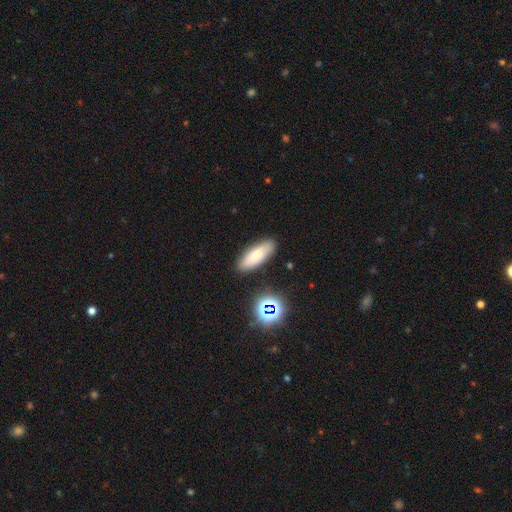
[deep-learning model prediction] Smooth or featured?
  - smooth: 74% *
  - featured or disk: 17%
  - star or artifact: 10%
How rounded?
  - in between: 67% *
  - cigar-shaped: 31%
  - round: 3%
Merging?
  - none: 86% *
  - minor disturbance: 10%
  - major disturbance: 2%
  - merger: 2%